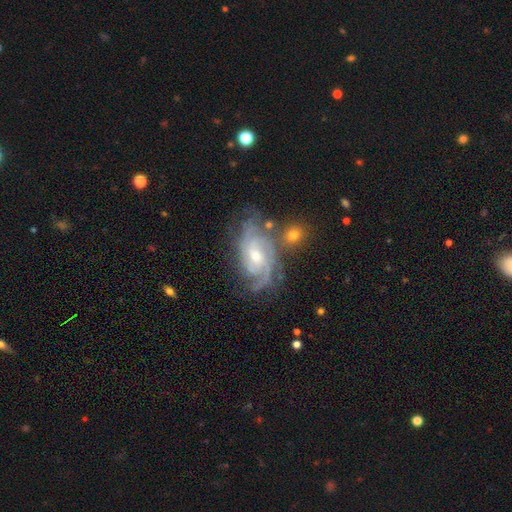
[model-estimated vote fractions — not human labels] Smooth or featured? featured or disk (87%)
Edge-on disk? no (96%)
Bar? no (51%)
Spiral arms? yes (97%)
Spiral winding? tight (58%)
Spiral arm count? 3 (31%)
Bulge size? moderate (62%)
Merging? none (63%)